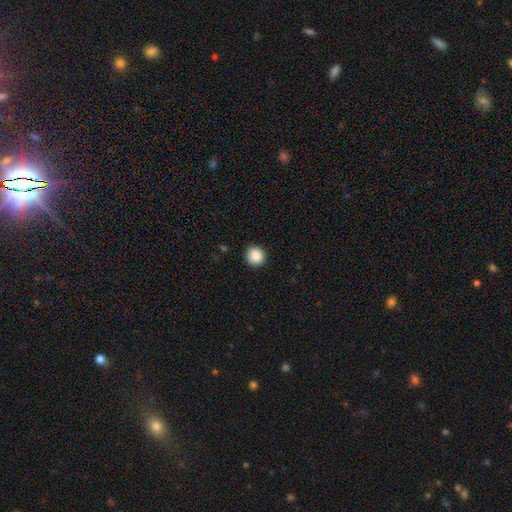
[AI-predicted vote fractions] Morphology: type=smooth (88%); roundness=round (93%); merging=none (91%).